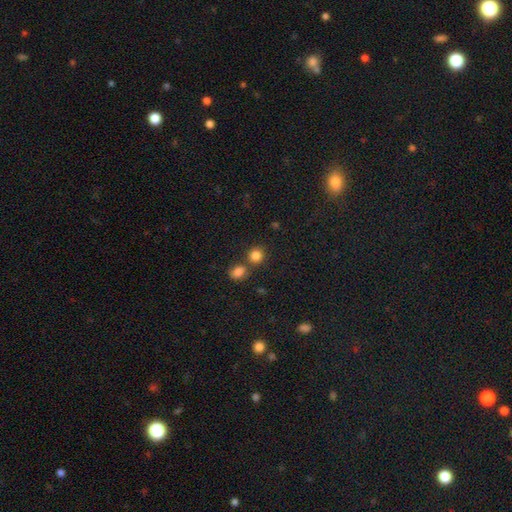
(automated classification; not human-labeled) This appears to be a smooth galaxy with no disk features (83%) that is round (83%). Merging: none (64%).